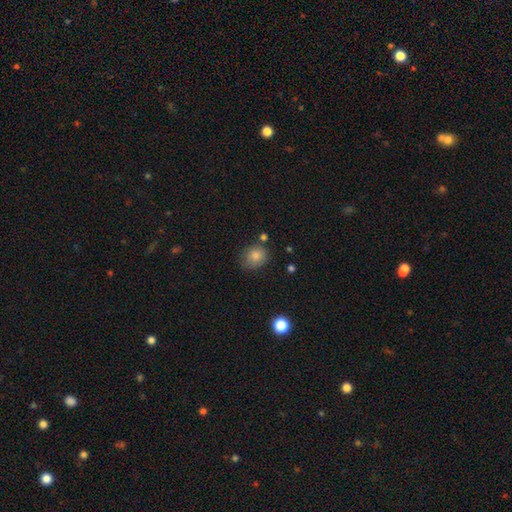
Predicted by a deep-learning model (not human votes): The model was most divided on "how rounded": round: 56%, in between: 43%, cigar-shaped: 1%. More confident: smooth or featured — smooth (82%); merging — none (63%).